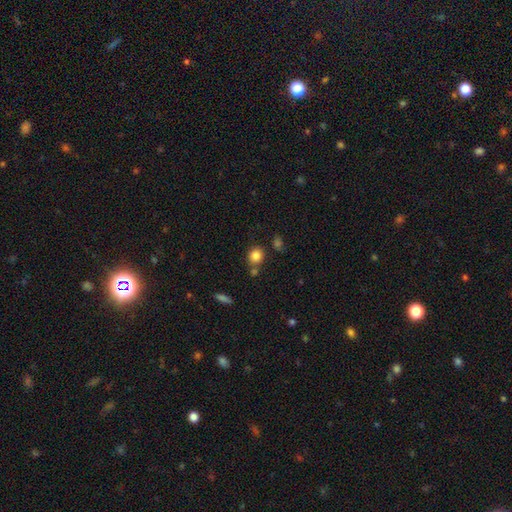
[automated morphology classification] Q: Smooth or featured?
A: smooth (84%); runner-up: star or artifact (11%)
Q: How rounded?
A: round (81%); runner-up: in between (18%)
Q: Merging?
A: none (72%); runner-up: merger (13%)